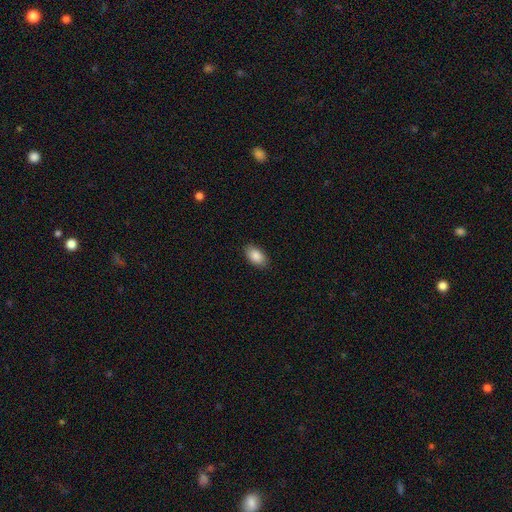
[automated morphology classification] smooth_or_featured: smooth (p=0.88) [alt: star or artifact p=0.07]
how_rounded: in between (p=0.94) [alt: round p=0.05]
merging: none (p=0.88) [alt: minor disturbance p=0.09]